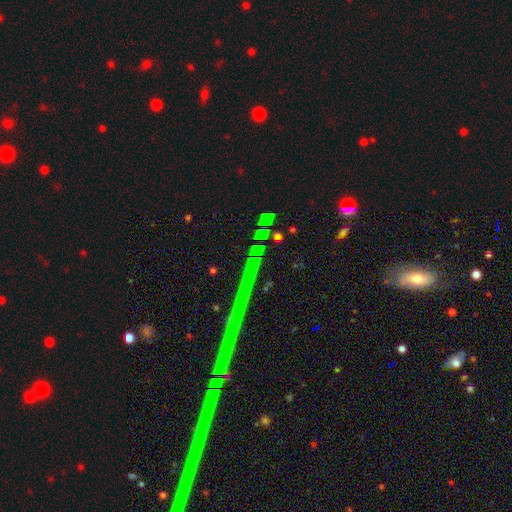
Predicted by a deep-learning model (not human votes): Smooth or featured? Predicted: star or artifact (p=0.78).